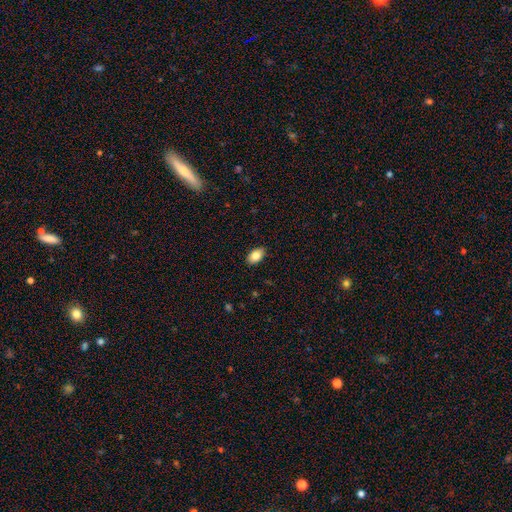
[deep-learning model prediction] Overall: smooth (84%). How rounded: in between (91%). Merging: none (88%).